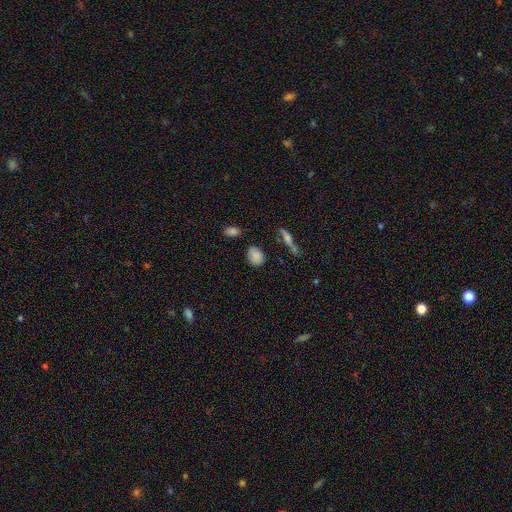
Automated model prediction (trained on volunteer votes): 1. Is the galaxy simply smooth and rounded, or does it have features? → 82% smooth, 9% star or artifact, 9% featured or disk.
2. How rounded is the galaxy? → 70% in between, 28% round, 2% cigar-shaped.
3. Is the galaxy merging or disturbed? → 73% none, 18% minor disturbance, 4% major disturbance, 4% merger.